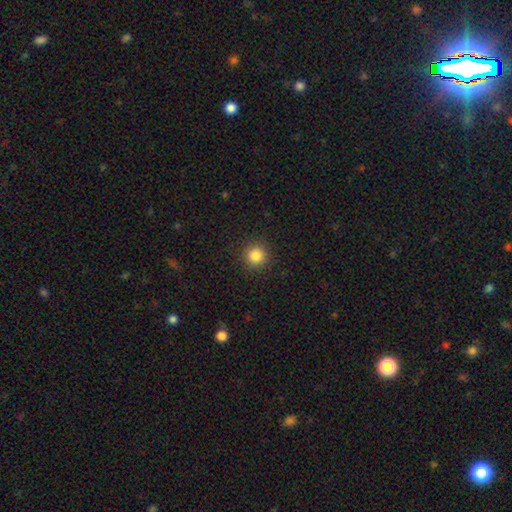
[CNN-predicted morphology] Smooth or featured?
  - smooth: 85% *
  - star or artifact: 11%
  - featured or disk: 4%
How rounded?
  - round: 95% *
  - in between: 4%
  - cigar-shaped: 1%
Merging?
  - none: 91% *
  - minor disturbance: 6%
  - major disturbance: 2%
  - merger: 1%